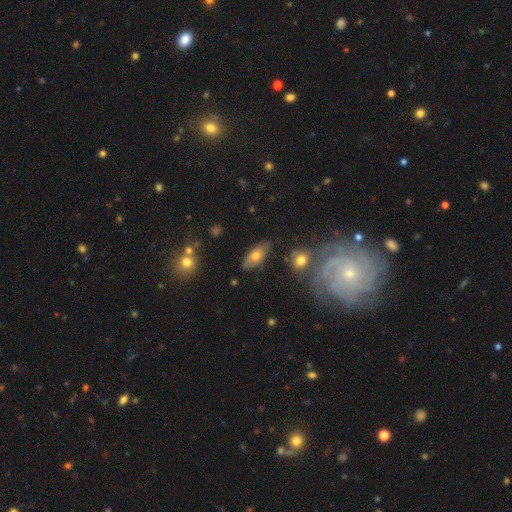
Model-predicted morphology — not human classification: type=smooth (65%); roundness=in between (83%); merging=none (77%).